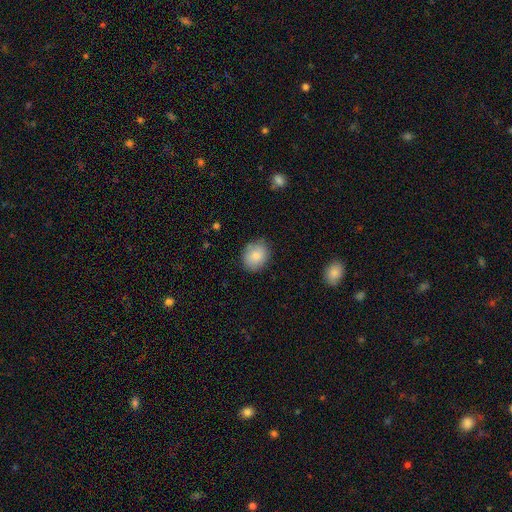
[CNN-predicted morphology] Q: Smooth or featured?
A: smooth (85%); runner-up: featured or disk (8%)
Q: How rounded?
A: round (58%); runner-up: in between (41%)
Q: Merging?
A: none (83%); runner-up: minor disturbance (13%)